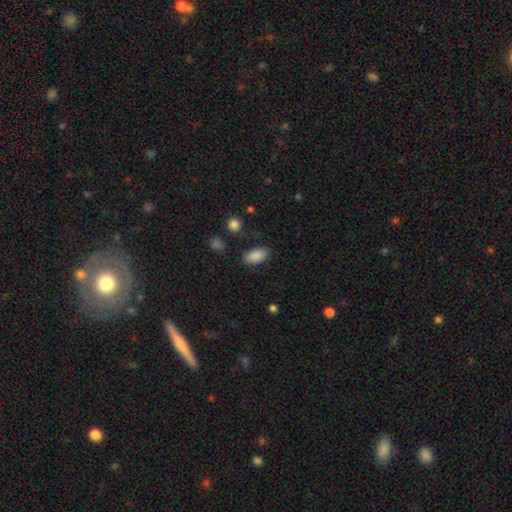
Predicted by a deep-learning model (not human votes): This appears to be a smooth galaxy with no disk features (87%) that is in between round and cigar-shaped (93%). Merging: none (83%).